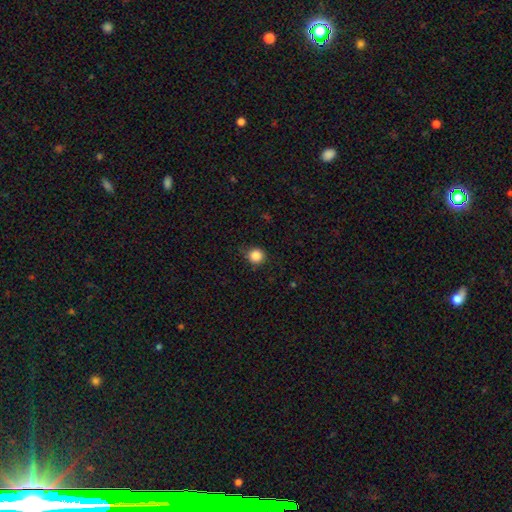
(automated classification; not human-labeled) Q: Smooth or featured?
A: smooth (86%); runner-up: star or artifact (11%)
Q: How rounded?
A: round (93%); runner-up: in between (6%)
Q: Merging?
A: none (81%); runner-up: minor disturbance (15%)